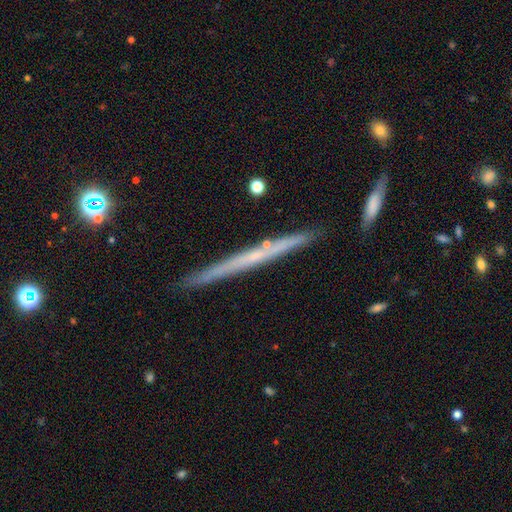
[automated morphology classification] A featured or disk galaxy (62%) viewed edge-on (97%) with no central bulge (79%). Merging: none (88%).